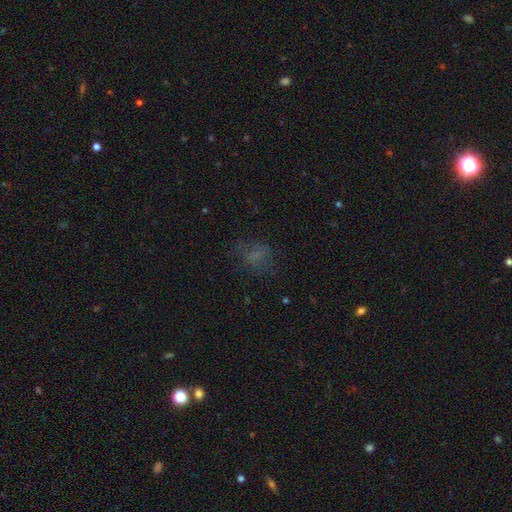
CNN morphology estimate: Smooth or featured: smooth — 55% (star or artifact — 24%)
How rounded: in between — 53% (round — 45%)
Merging: none — 62% (minor disturbance — 19%)